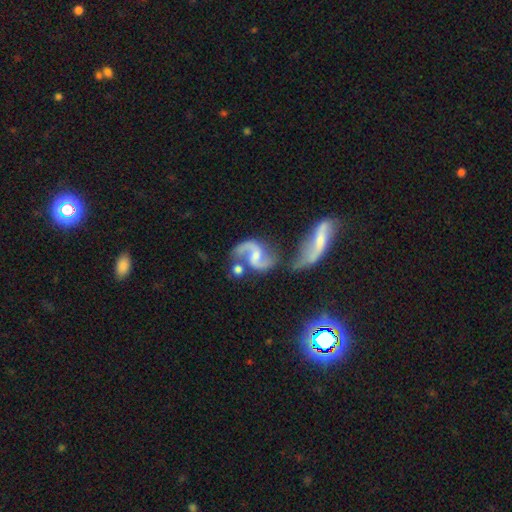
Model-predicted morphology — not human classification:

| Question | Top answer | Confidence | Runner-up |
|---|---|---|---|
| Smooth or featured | featured or disk | 89% | smooth (6%) |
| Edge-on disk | no | 97% | yes (3%) |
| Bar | weak | 50% | no (32%) |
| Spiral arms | yes | 96% | no (4%) |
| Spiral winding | loose | 60% | medium (34%) |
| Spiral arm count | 2 | 93% | 1 (2%) |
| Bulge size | small | 43% | moderate (42%) |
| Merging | none | 39% | merger (37%) |